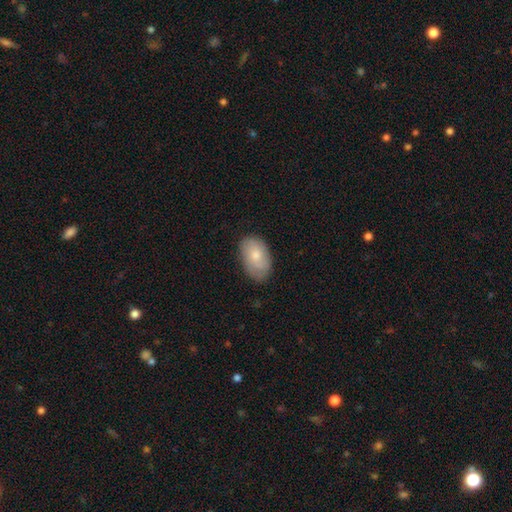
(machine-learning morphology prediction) Overall: smooth (67%). How rounded: in between (91%). Merging: none (77%).